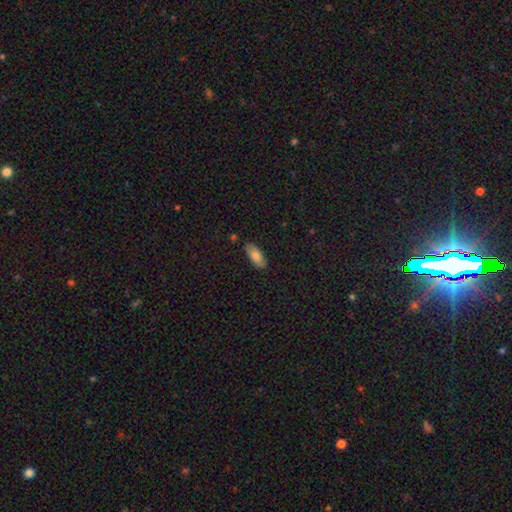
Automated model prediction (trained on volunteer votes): smooth 76%, featured or disk 17%, star or artifact 7%. Down the decision tree: how rounded — in between (85%); merging — none (84%).